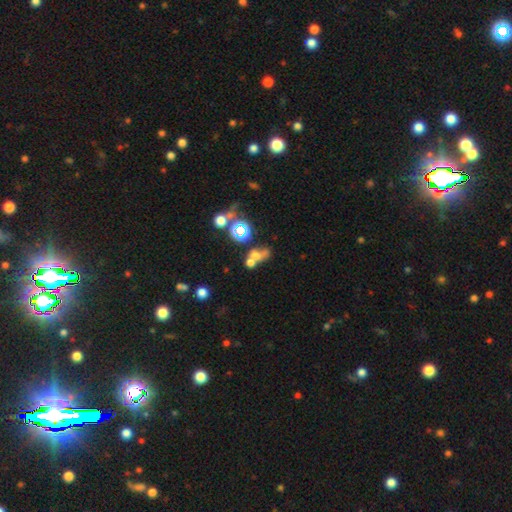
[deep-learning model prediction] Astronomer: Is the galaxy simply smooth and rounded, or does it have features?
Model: smooth — 50% (runner-up: star or artifact, 26%).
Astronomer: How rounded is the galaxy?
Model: in between — 53% (runner-up: round, 41%).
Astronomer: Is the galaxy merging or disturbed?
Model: merger — 52%.